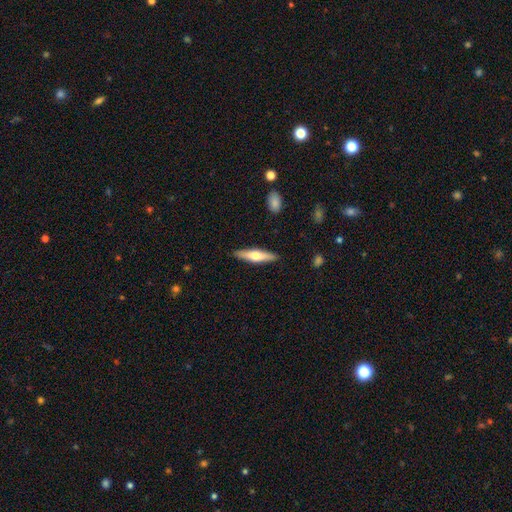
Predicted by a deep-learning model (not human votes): Smooth or featured?
  - smooth: 50% *
  - featured or disk: 44%
  - star or artifact: 6%
How rounded?
  - cigar-shaped: 79% *
  - in between: 19%
  - round: 2%
Merging?
  - none: 90% *
  - minor disturbance: 7%
  - major disturbance: 2%
  - merger: 1%